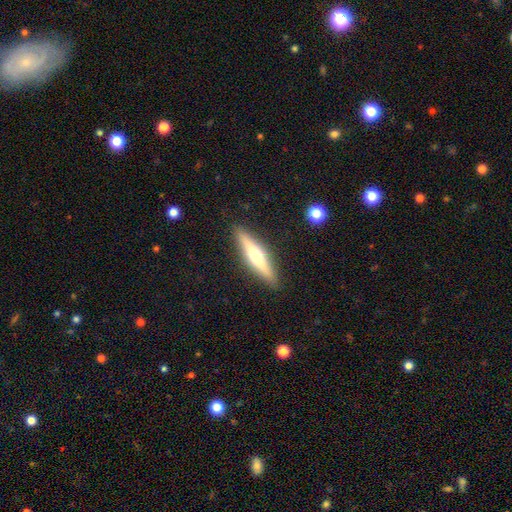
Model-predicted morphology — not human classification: Overall: featured or disk (52%; smooth 43%). Edge-on disk: yes (93%). Merging: none (89%).